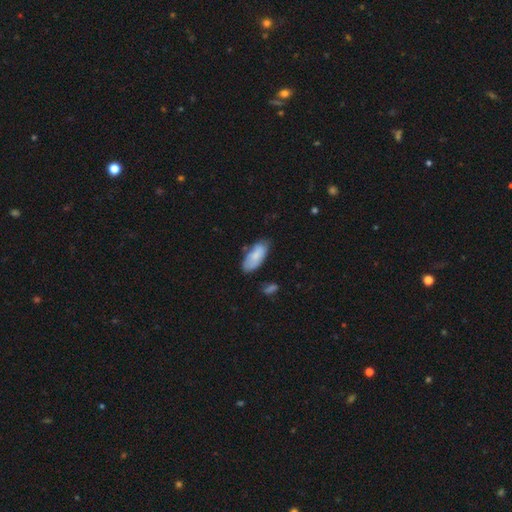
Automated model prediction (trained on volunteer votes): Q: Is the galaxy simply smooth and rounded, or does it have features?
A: smooth — 82%.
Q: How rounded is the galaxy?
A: in between — 87%.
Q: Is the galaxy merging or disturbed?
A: none — 67%.